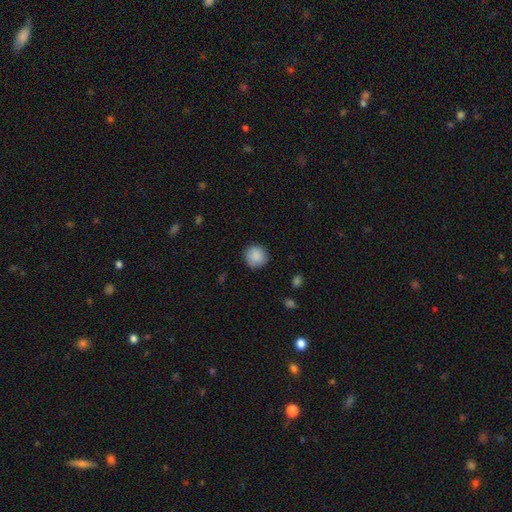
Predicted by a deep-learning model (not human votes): Smooth or featured? Predicted: smooth (p=0.88). How rounded? Predicted: round (p=0.92). Merging? Predicted: none (p=0.85).